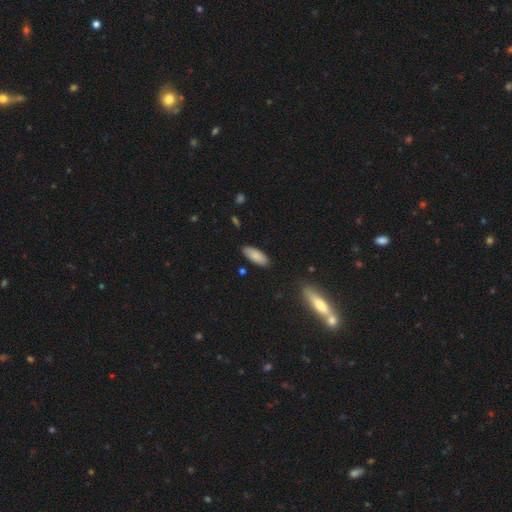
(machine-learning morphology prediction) smooth-or-featured: smooth: 85% | featured or disk: 9% | star or artifact: 6%
  how-rounded: in between: 80% | cigar-shaped: 19% | round: 2%
  merging: none: 86% | minor disturbance: 11% | major disturbance: 2% | merger: 2%